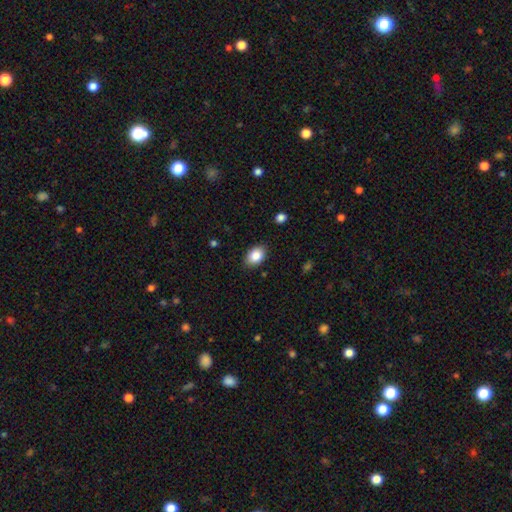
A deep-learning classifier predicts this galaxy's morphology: The model was most divided on "how rounded": in between: 82%, round: 17%, cigar-shaped: 1%. More confident: smooth or featured — smooth (87%); merging — none (86%).